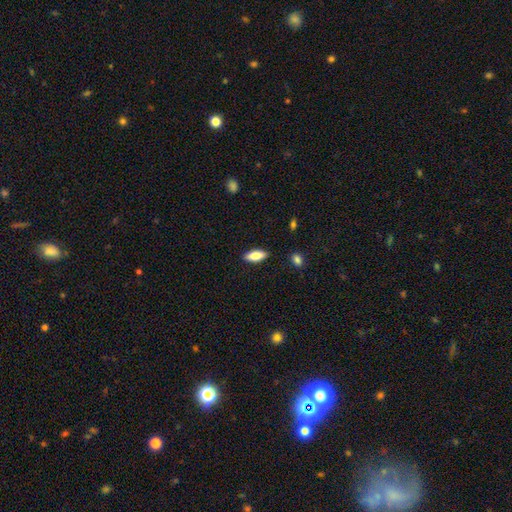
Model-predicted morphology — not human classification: The model was most divided on "how rounded": in between: 77%, cigar-shaped: 21%, round: 2%. More confident: merging — none (88%); smooth or featured — smooth (81%).